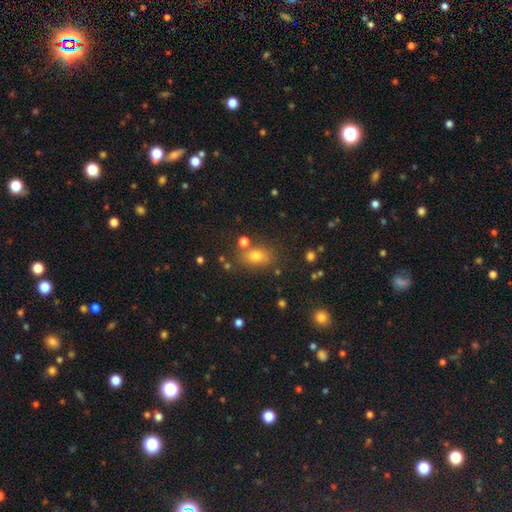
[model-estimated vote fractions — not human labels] smooth 75%, star or artifact 15%, featured or disk 10%. Down the decision tree: how rounded — in between (69%); merging — none (72%).